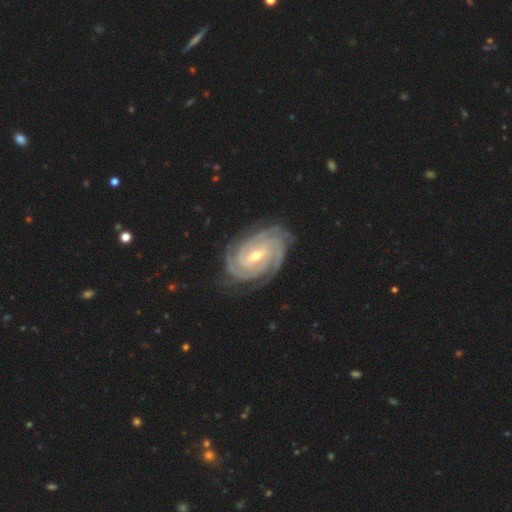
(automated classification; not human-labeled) This is clearly a featured or disk galaxy (93%). It is clearly not viewed edge-on (98%). Bar: possibly weak (46%). Spiral arm pattern: clearly yes (99%). Spiral arm count: marginally 4 (30%). Spiral winding: clearly tight (84%). Central bulge: possibly moderate (49%). Merging: clearly none (82%).